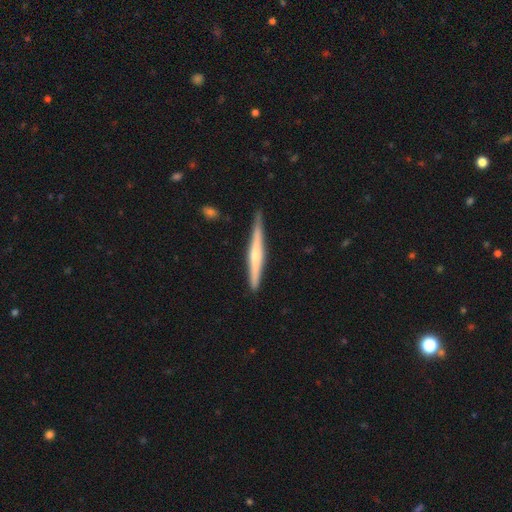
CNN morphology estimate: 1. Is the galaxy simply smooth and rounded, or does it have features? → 60% featured or disk, 35% smooth, 5% star or artifact.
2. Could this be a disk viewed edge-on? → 97% yes, 3% no.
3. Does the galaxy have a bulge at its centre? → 59% rounded, 32% none, 10% boxy.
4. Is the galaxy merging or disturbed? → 86% none, 11% minor disturbance, 2% major disturbance, 1% merger.